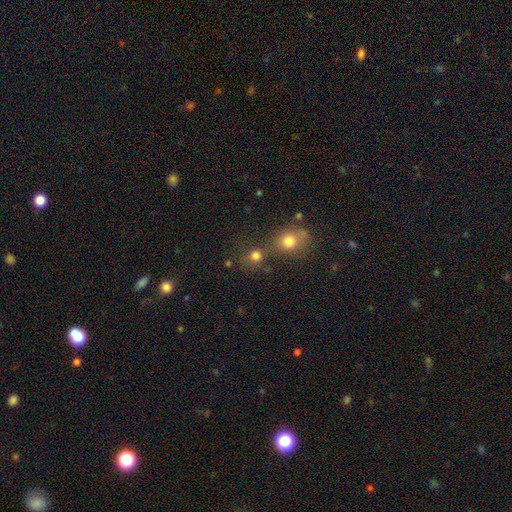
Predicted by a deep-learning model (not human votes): Smooth or featured? smooth (76%)
How rounded? round (82%)
Merging? none (49%)